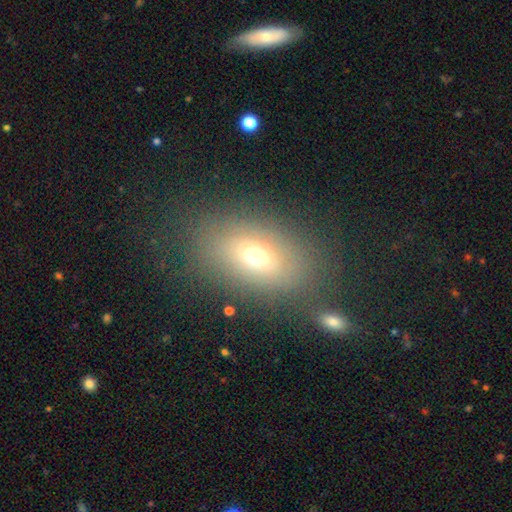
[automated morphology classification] smooth 66%, featured or disk 19%, star or artifact 15%. Down the decision tree: how rounded — in between (77%); merging — none (72%).